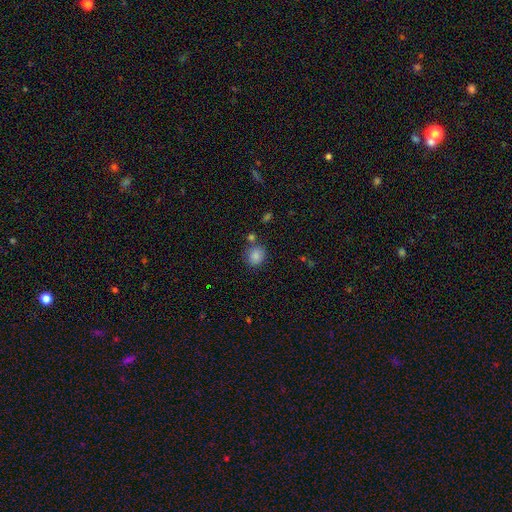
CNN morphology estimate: A smooth galaxy with no disk features (85%) that is round (77%).

Vote fractions:
- Smooth or featured? smooth: 85% / star or artifact: 10% / featured or disk: 6%
- How rounded? round: 77% / in between: 22% / cigar-shaped: 1%
- Merging? none: 75% / minor disturbance: 13% / merger: 9% / major disturbance: 4%